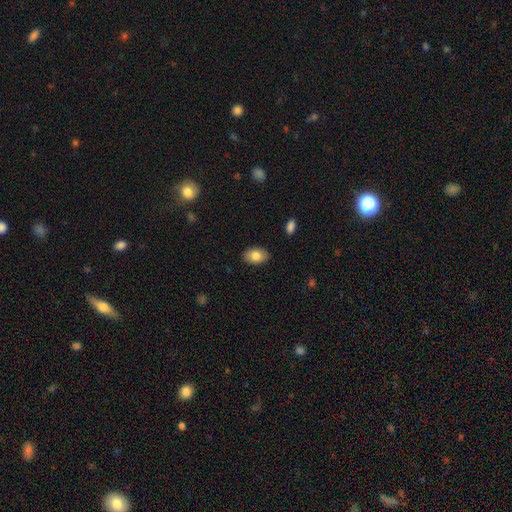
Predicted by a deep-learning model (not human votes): Smooth or featured? smooth (82%)
How rounded? in between (89%)
Merging? none (87%)